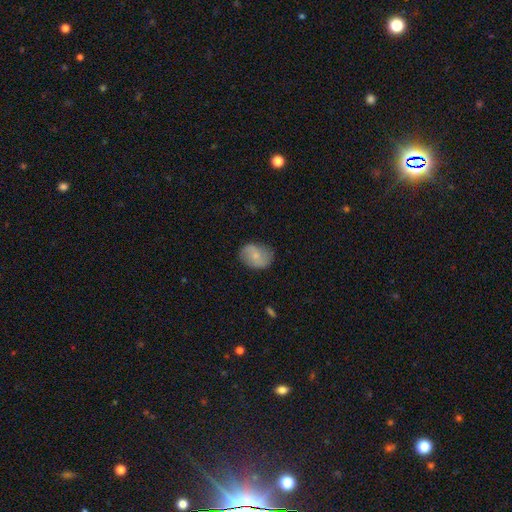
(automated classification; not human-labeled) Smooth or featured?
  - smooth: 61% *
  - featured or disk: 31%
  - star or artifact: 8%
How rounded?
  - in between: 64% *
  - round: 35%
  - cigar-shaped: 1%
Merging?
  - none: 74% *
  - minor disturbance: 19%
  - major disturbance: 5%
  - merger: 1%